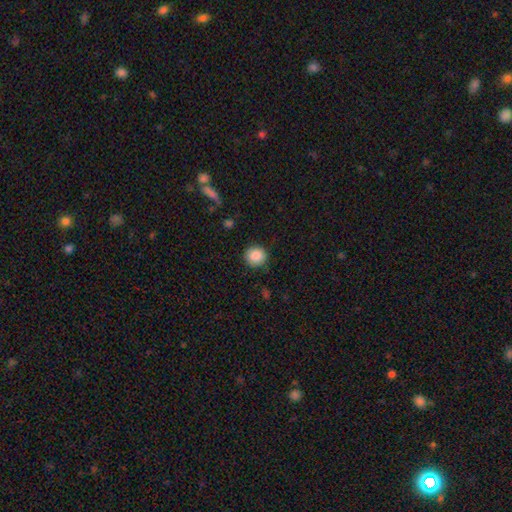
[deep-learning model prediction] The model was most divided on "smooth or featured": smooth: 87%, star or artifact: 8%, featured or disk: 4%. More confident: how rounded — round (93%); merging — none (88%).